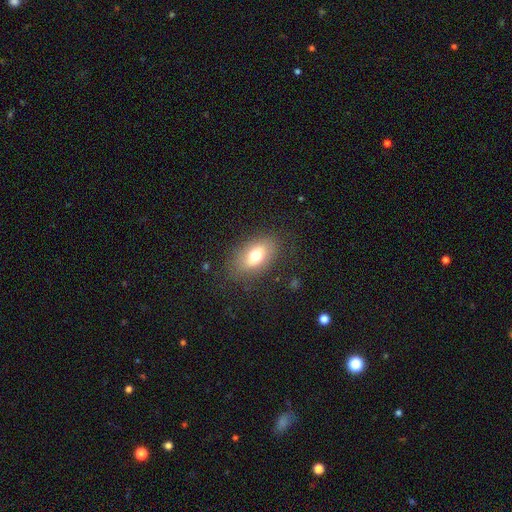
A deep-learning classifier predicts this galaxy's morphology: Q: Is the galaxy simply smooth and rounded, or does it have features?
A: smooth — 70%.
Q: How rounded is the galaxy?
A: in between — 88%.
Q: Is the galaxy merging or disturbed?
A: none — 80%.